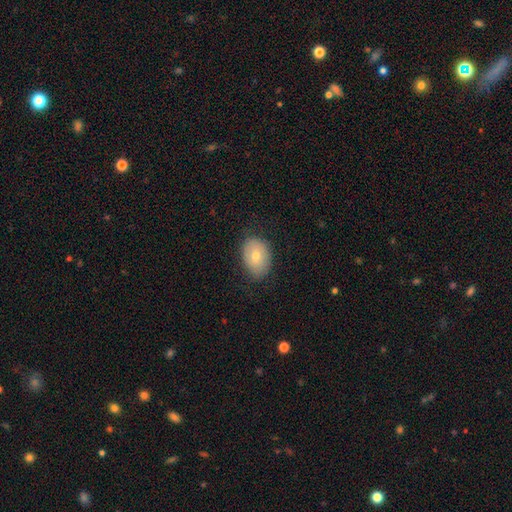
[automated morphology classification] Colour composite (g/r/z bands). It shows a smooth galaxy with no disk features (68%) that is in between round and cigar-shaped (76%). Merging: none (79%).